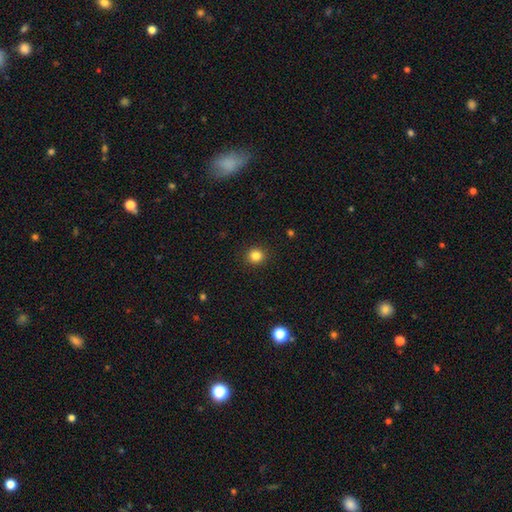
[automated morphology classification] A smooth galaxy with no disk features (83%) that is round (91%). Merging: none (92%).